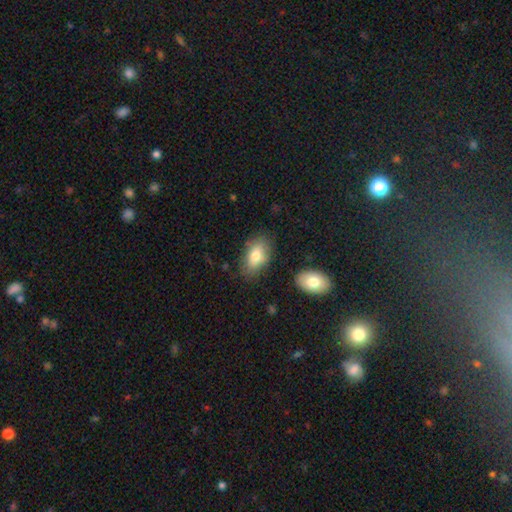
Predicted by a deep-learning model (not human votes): Smooth or featured?
  - smooth: 77% *
  - featured or disk: 15%
  - star or artifact: 7%
How rounded?
  - in between: 92% *
  - round: 6%
  - cigar-shaped: 2%
Merging?
  - none: 74% *
  - minor disturbance: 17%
  - major disturbance: 4%
  - merger: 4%